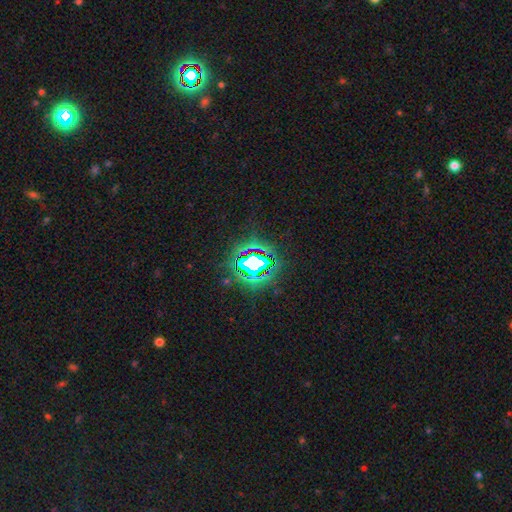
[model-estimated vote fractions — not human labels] Overall: star or artifact (82%).